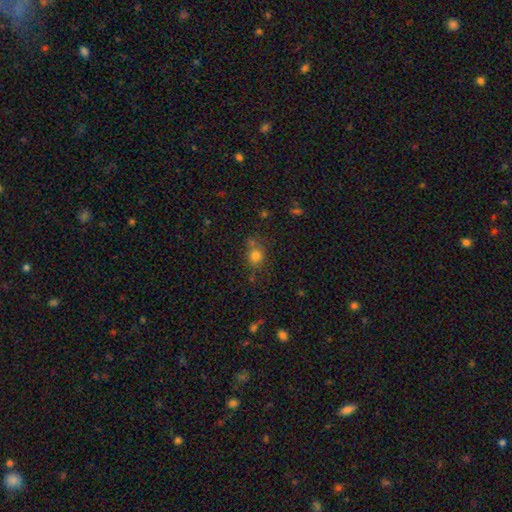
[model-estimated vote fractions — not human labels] Q: Smooth or featured?
A: smooth (77%); runner-up: star or artifact (15%)
Q: How rounded?
A: round (70%); runner-up: in between (28%)
Q: Merging?
A: none (62%); runner-up: minor disturbance (17%)